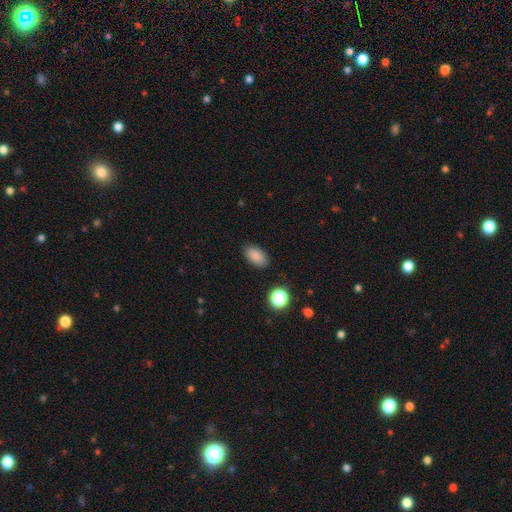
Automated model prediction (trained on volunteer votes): smooth_or_featured: smooth (p=0.85) [alt: star or artifact p=0.10]
how_rounded: in between (p=0.91) [alt: round p=0.07]
merging: none (p=0.86) [alt: minor disturbance p=0.10]